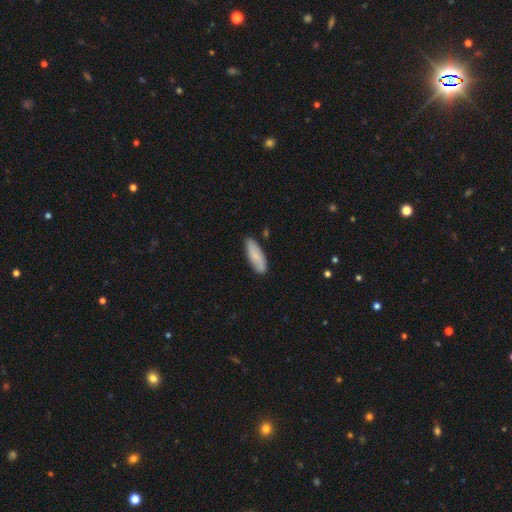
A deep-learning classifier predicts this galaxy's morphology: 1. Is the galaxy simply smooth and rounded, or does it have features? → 72% smooth, 22% featured or disk, 6% star or artifact.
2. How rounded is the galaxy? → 57% in between, 41% cigar-shaped, 2% round.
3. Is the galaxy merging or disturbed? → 80% none, 15% minor disturbance, 3% major disturbance, 2% merger.